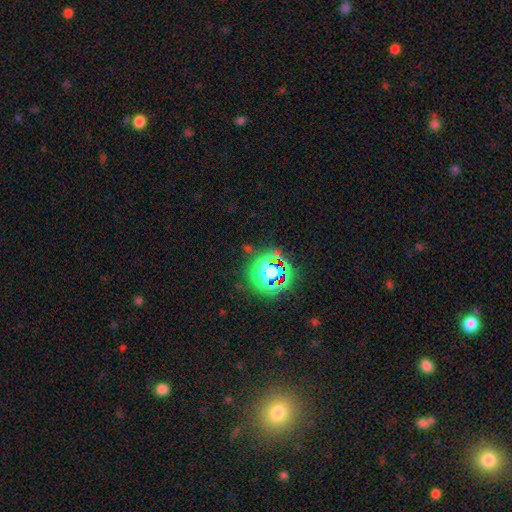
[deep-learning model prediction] This appears to be a star or artifact, not a galaxy (77%).